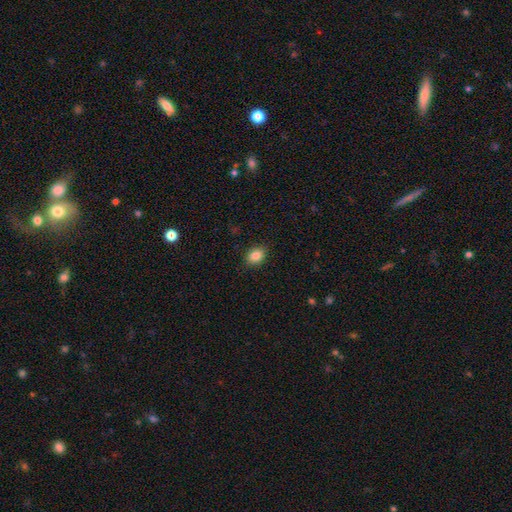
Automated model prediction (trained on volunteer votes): Overall: smooth (85%). How rounded: in between (63%; round 36%). Merging: none (88%).